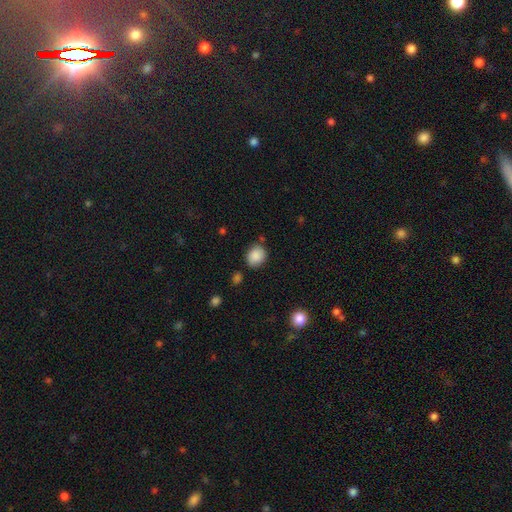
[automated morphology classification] This is clearly a smooth galaxy (87%). How rounded: likely round (62%). Merging: likely none (76%).